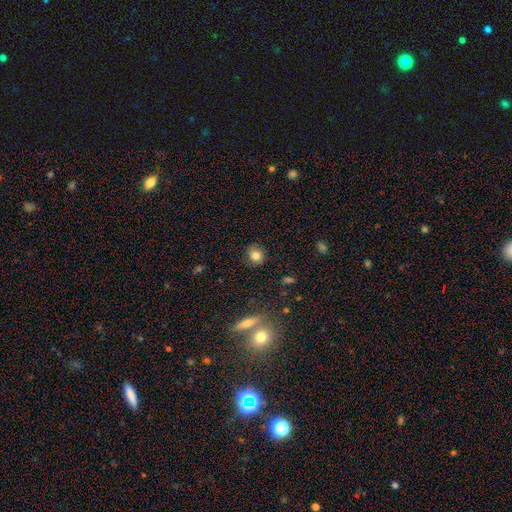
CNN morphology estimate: The model was most divided on "how rounded": round: 82%, in between: 16%, cigar-shaped: 1%. More confident: merging — none (86%); smooth or featured — smooth (80%).